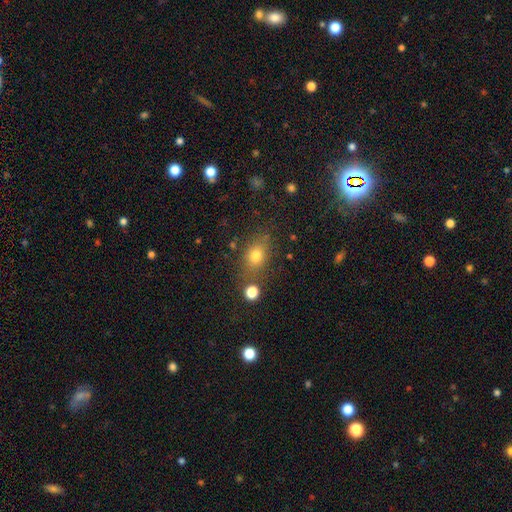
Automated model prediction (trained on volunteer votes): Smooth or featured: smooth — 74% (star or artifact — 14%)
How rounded: in between — 64% (round — 32%)
Merging: none — 74% (minor disturbance — 15%)